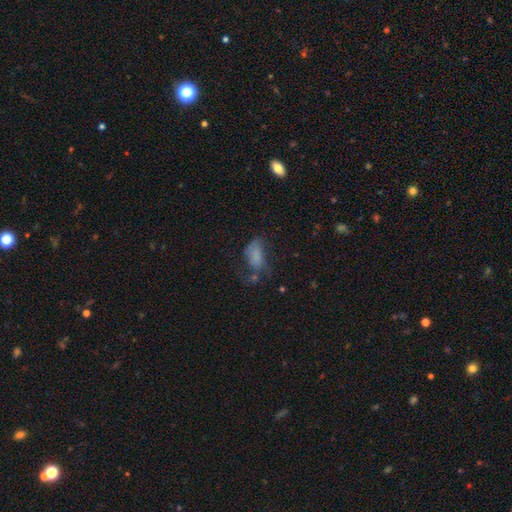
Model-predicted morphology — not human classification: The model was most divided on "merging": major disturbance: 35%, none: 30%, minor disturbance: 26%, merger: 9%. More confident: how rounded — in between (88%); smooth or featured — smooth (67%).